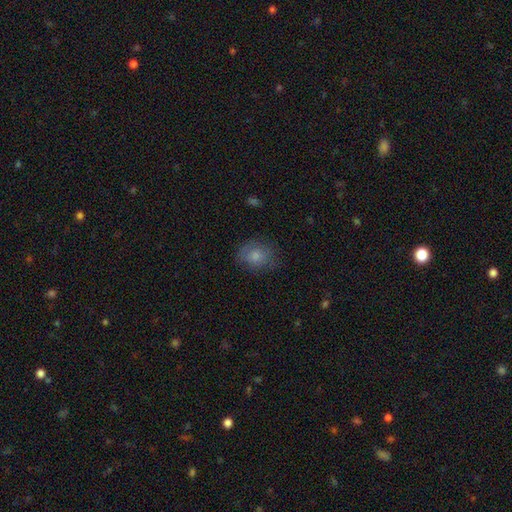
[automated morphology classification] The model was most divided on "how rounded": round: 61%, in between: 38%, cigar-shaped: 1%. More confident: smooth or featured — smooth (76%); merging — none (70%).